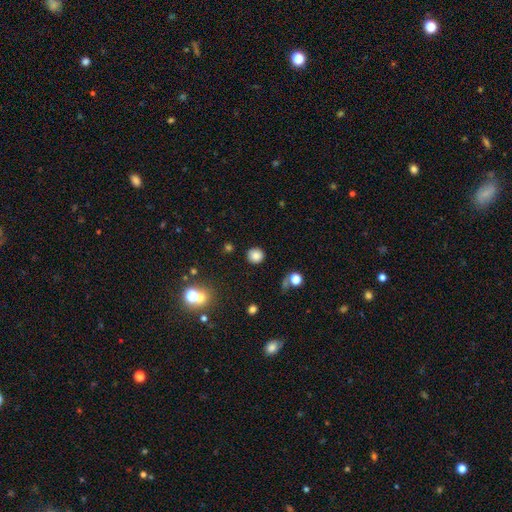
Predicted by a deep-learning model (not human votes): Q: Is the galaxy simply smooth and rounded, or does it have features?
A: smooth — 82%.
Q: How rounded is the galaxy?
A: round — 91%.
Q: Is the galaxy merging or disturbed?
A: none — 89%.